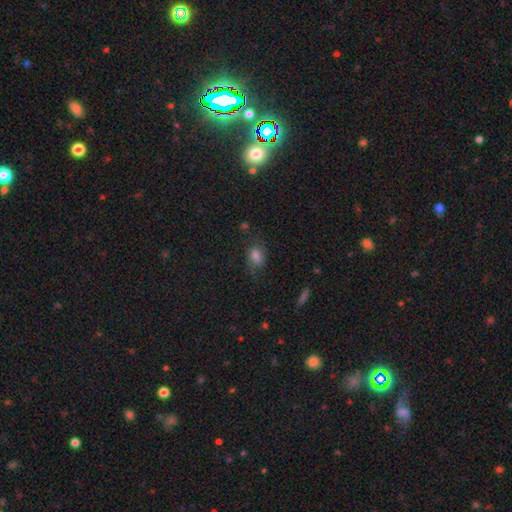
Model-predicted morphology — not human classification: Smooth or featured?
  - smooth: 64% *
  - featured or disk: 19%
  - star or artifact: 17%
How rounded?
  - in between: 74% *
  - round: 24%
  - cigar-shaped: 2%
Merging?
  - none: 65% *
  - minor disturbance: 22%
  - major disturbance: 11%
  - merger: 2%